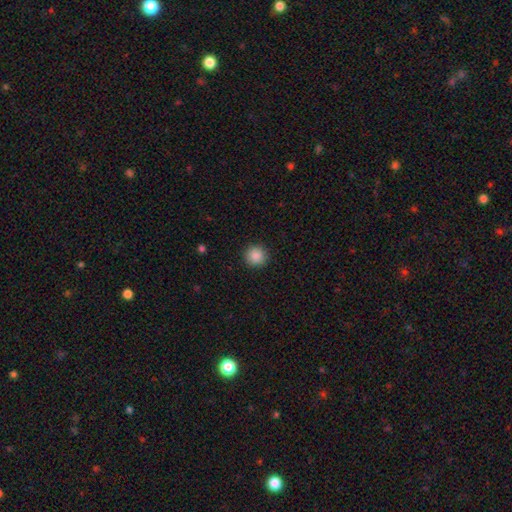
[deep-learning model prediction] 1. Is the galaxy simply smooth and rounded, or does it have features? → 88% smooth, 9% star or artifact, 3% featured or disk.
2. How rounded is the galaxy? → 95% round, 4% in between, 1% cigar-shaped.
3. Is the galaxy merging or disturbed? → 92% none, 5% minor disturbance, 2% major disturbance, 1% merger.